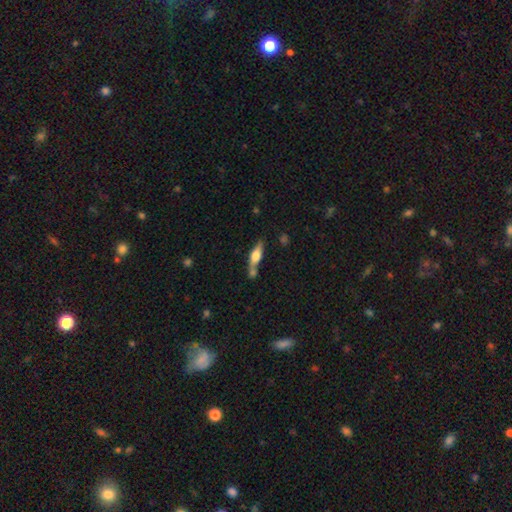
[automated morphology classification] Smooth or featured? featured or disk (48%)
Merging? none (55%)